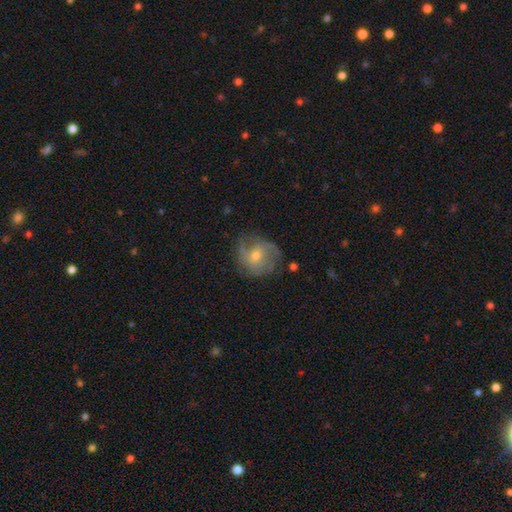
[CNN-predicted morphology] Smooth or featured? Predicted: featured or disk (p=0.62). Edge-on disk? Predicted: no (p=0.97). Bar? Predicted: no (p=0.61). Spiral arms? Predicted: yes (p=0.82). Bulge size? Predicted: moderate (p=0.50). Merging? Predicted: none (p=0.62).